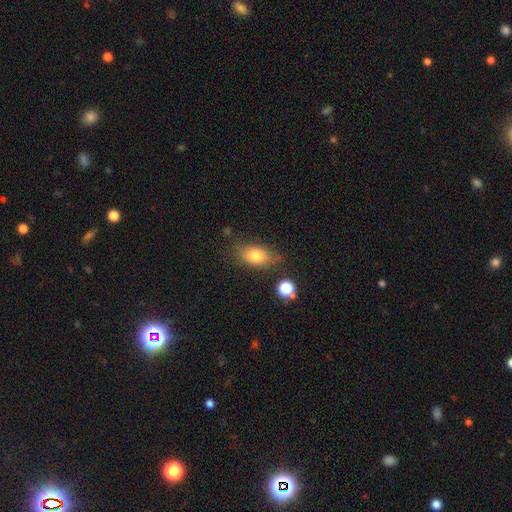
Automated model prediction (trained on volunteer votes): This appears to be a smooth galaxy with no disk features (79%) that is in between round and cigar-shaped (81%). Merging: none (75%).